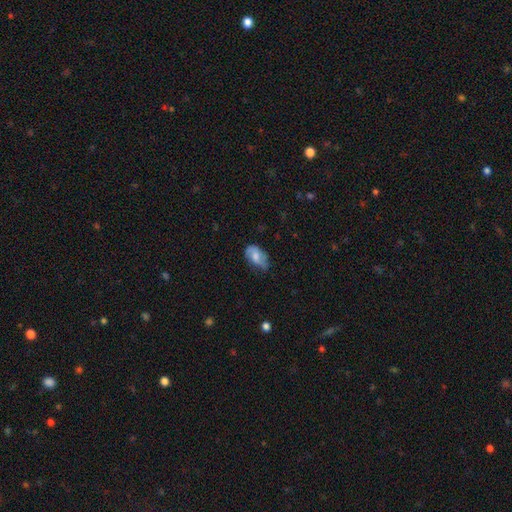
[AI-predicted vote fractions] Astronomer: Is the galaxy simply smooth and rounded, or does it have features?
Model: smooth — 54% (runner-up: featured or disk, 38%).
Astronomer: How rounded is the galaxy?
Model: in between — 90%.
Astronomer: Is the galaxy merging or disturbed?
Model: none — 51% (runner-up: minor disturbance, 36%).